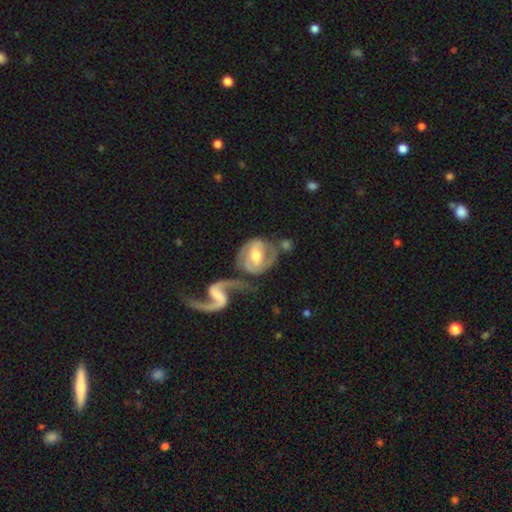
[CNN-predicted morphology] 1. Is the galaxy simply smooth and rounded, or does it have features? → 71% featured or disk, 23% smooth, 5% star or artifact.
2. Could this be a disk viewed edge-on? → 96% no, 4% yes.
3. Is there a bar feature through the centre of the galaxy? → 41% weak, 31% strong, 28% no.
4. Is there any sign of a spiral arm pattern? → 75% yes, 25% no.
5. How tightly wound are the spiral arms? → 41% medium, 35% loose, 24% tight.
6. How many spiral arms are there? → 76% 2, 11% 1, 9% can't tell, 2% 3, 1% 4, 1% more than 4.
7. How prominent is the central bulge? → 70% moderate, 15% small, 12% large, 2% none, 1% dominant.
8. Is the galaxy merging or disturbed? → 37% none, 31% merger, 16% minor disturbance, 15% major disturbance.